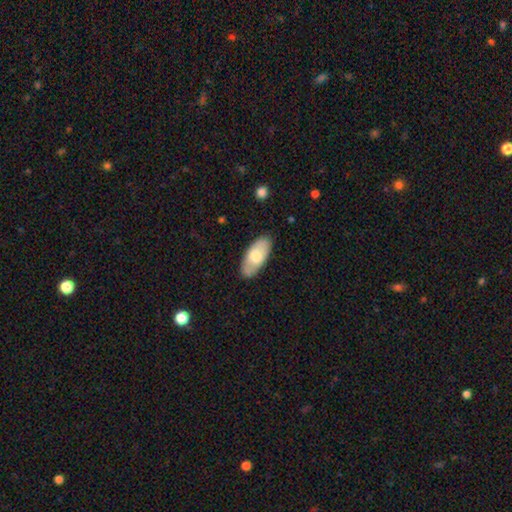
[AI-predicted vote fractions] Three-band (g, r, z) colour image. It shows a smooth galaxy with no disk features (69%) that is in between round and cigar-shaped (89%). Merging: none (85%).